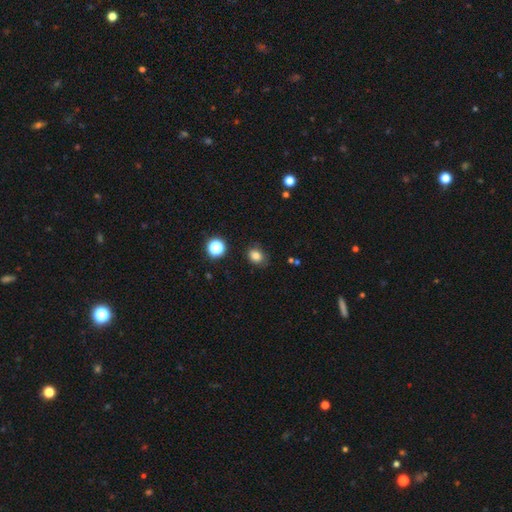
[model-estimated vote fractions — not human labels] Smooth or featured? Predicted: smooth (p=0.81). How rounded? Predicted: round (p=0.50). Merging? Predicted: none (p=0.77).